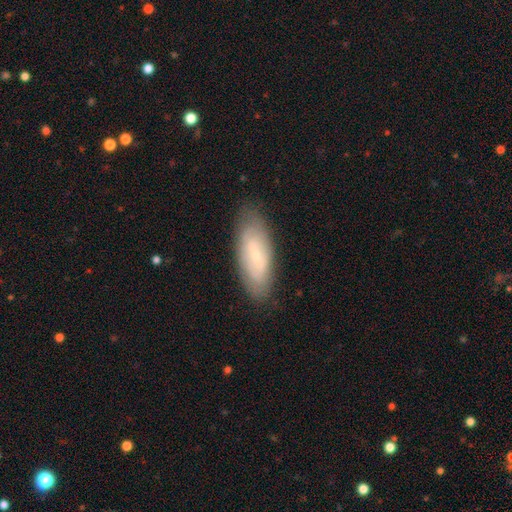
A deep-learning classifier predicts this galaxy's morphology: type=featured or disk (55%); edge-on=no (84%); merging=none (82%).